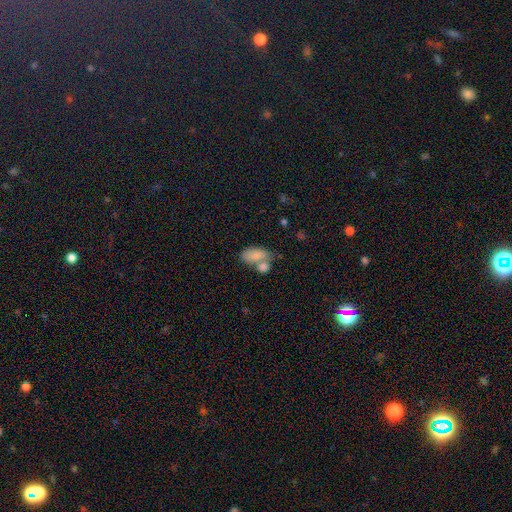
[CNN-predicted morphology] This appears to be a smooth galaxy with no disk features (80%) that is in between round and cigar-shaped (91%). Merging: merger (51%).